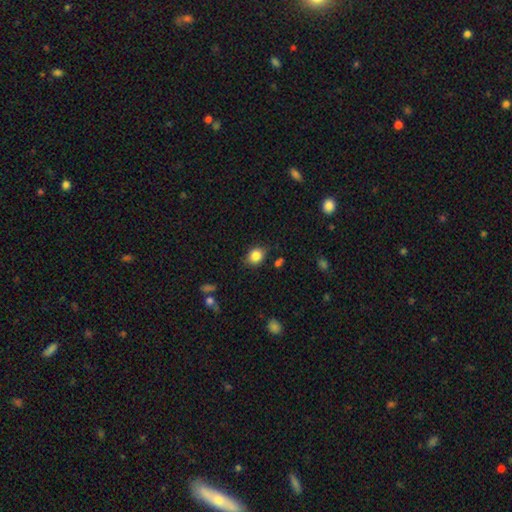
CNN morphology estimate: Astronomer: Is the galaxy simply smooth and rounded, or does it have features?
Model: smooth — 85%.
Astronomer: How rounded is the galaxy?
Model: round — 56% (runner-up: in between, 43%).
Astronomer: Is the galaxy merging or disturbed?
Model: none — 82%.